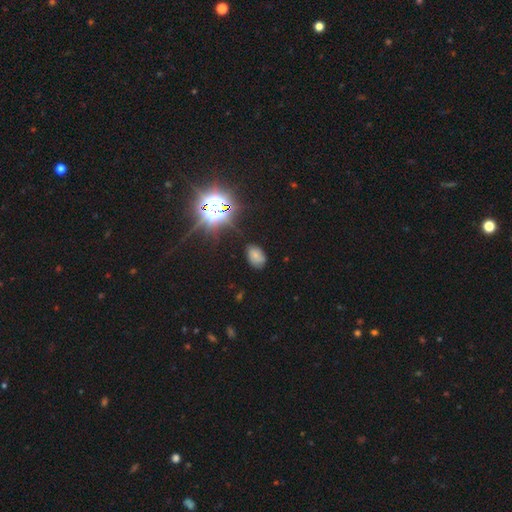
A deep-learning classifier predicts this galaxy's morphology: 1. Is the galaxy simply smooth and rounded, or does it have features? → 60% smooth, 25% star or artifact, 15% featured or disk.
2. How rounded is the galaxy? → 85% in between, 14% round, 1% cigar-shaped.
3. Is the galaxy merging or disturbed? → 73% none, 20% minor disturbance, 5% major disturbance, 2% merger.